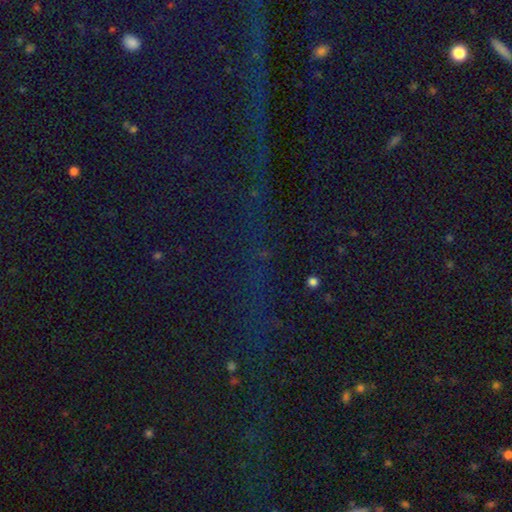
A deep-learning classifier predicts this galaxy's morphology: smooth-or-featured: star or artifact: 83% | smooth: 9% | featured or disk: 8%